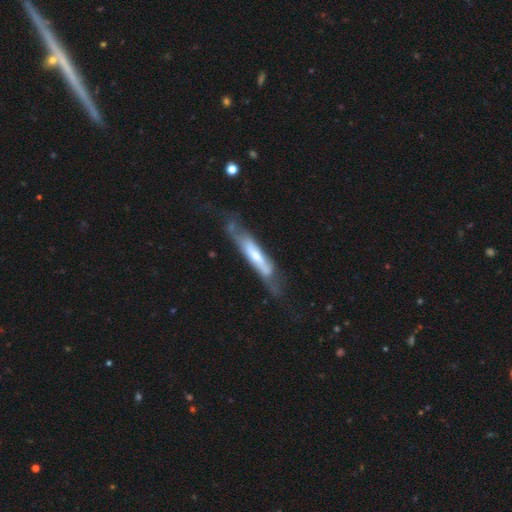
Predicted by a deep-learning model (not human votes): smooth_or_featured: featured or disk (p=0.54) [alt: smooth p=0.40]
disk_edge_on: yes (p=0.57) [alt: no p=0.43]
merging: none (p=0.44) [alt: minor disturbance p=0.28]